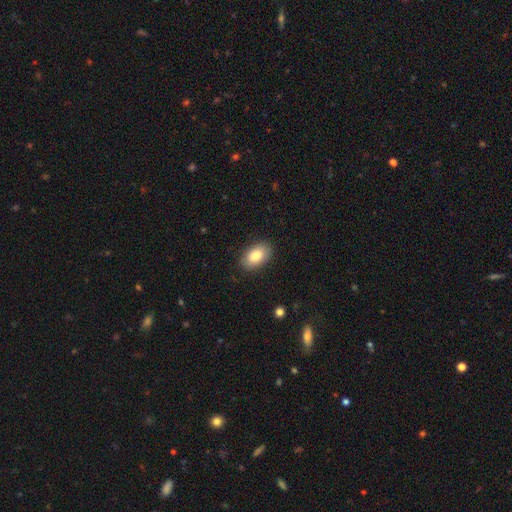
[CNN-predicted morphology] Overall: smooth (84%). How rounded: in between (92%). Merging: none (87%).